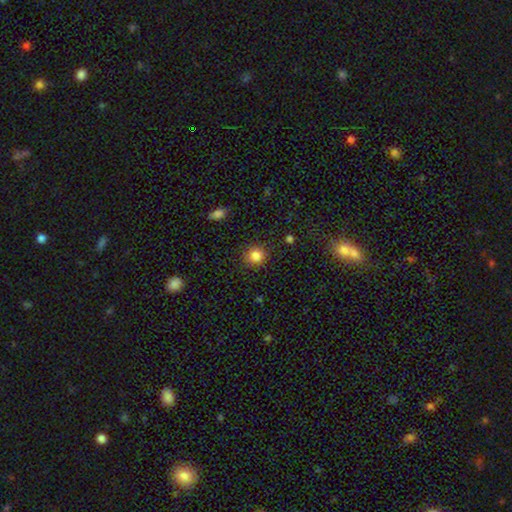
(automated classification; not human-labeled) Morphology: type=smooth (83%); roundness=round (88%); merging=none (87%).